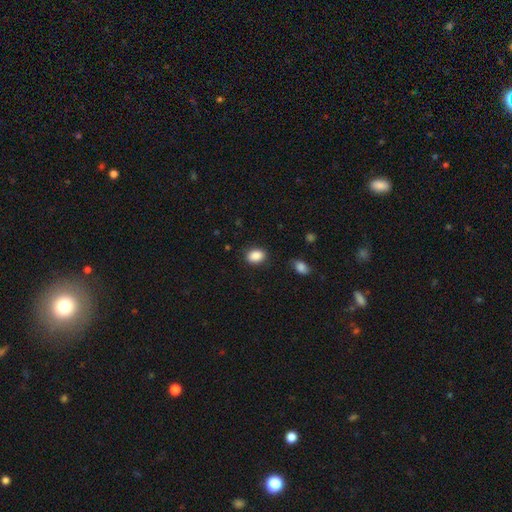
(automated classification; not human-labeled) This appears to be a smooth galaxy with no disk features (88%) that is in between round and cigar-shaped (78%). Merging: none (84%).